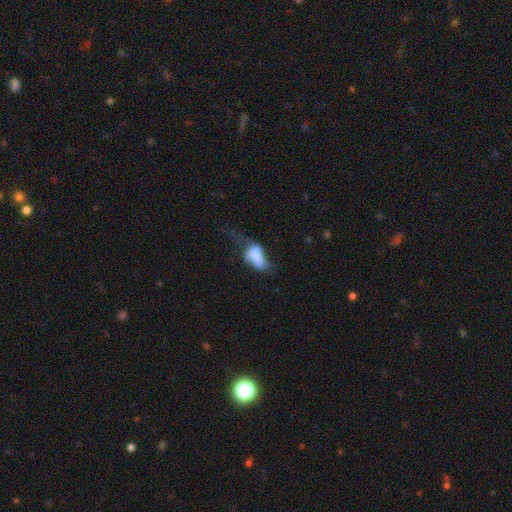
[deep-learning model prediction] Smooth or featured?
  - smooth: 64% *
  - featured or disk: 26%
  - star or artifact: 10%
How rounded?
  - in between: 89% *
  - round: 7%
  - cigar-shaped: 4%
Merging?
  - major disturbance: 51% *
  - minor disturbance: 23%
  - none: 19%
  - merger: 8%